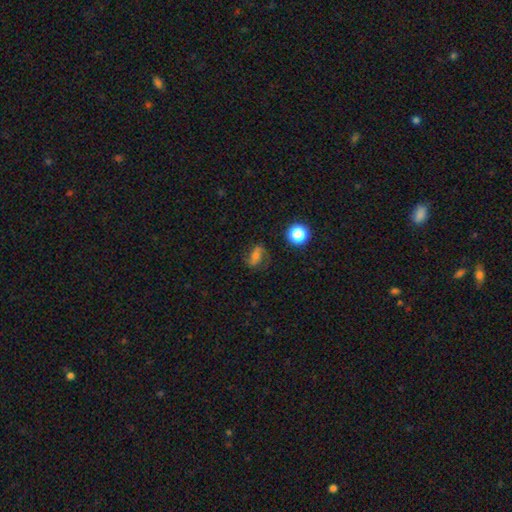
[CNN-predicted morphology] This appears to be a featured or disk galaxy (49%). Merging: none (71%).